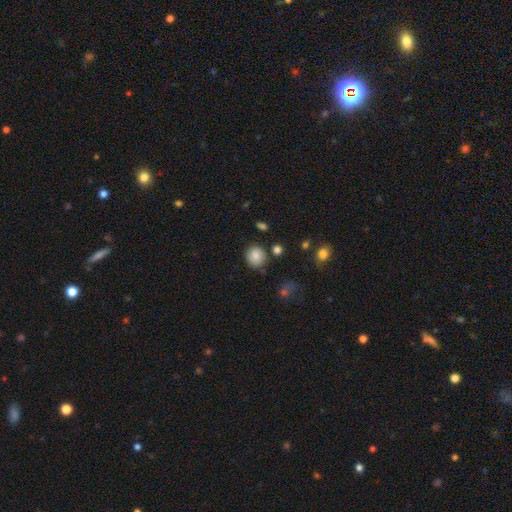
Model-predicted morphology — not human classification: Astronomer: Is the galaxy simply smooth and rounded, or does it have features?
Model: smooth — 82%.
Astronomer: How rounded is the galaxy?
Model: round — 85%.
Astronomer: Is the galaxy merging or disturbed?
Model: none — 77%.